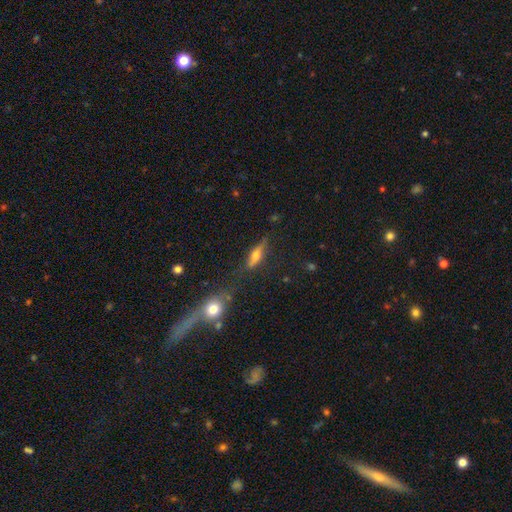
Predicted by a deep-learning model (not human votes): This is possibly a featured or disk galaxy (46%). Merging: likely none (70%).